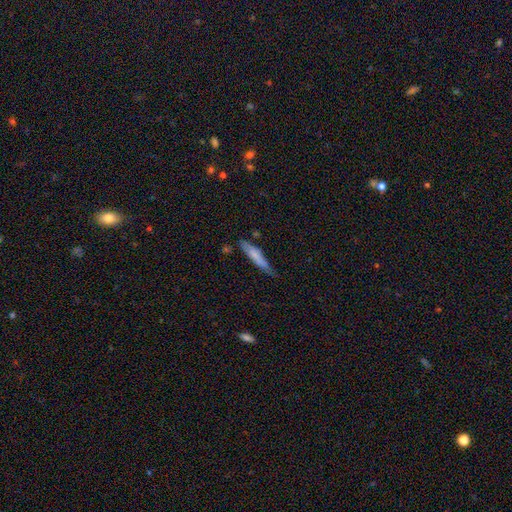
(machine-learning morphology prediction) type=smooth (67%); roundness=cigar-shaped (87%); merging=none (58%).